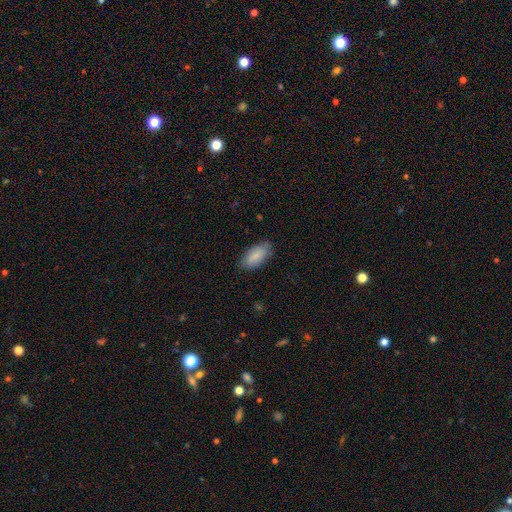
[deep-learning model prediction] A smooth galaxy with no disk features (87%) that is in between round and cigar-shaped (88%). Merging: none (82%).